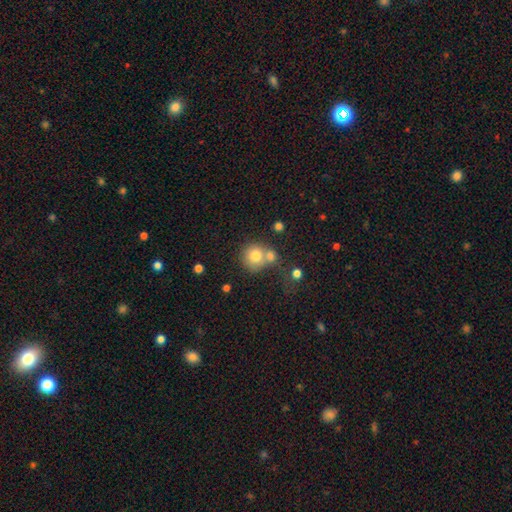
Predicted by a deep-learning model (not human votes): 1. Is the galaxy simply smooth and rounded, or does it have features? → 77% smooth, 13% featured or disk, 10% star or artifact.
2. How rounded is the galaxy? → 88% round, 12% in between, 1% cigar-shaped.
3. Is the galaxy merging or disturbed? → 44% none, 41% merger, 10% minor disturbance, 5% major disturbance.